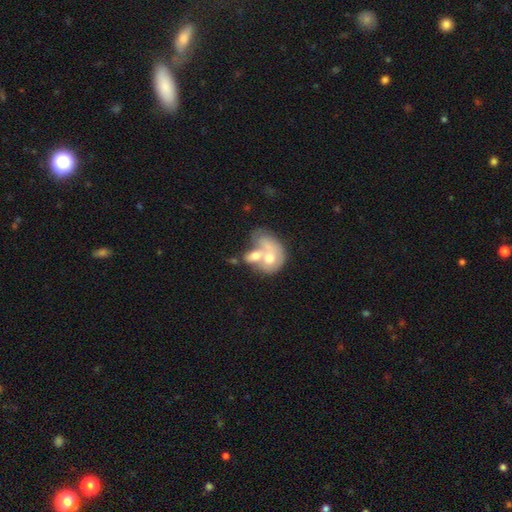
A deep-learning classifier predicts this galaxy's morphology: smooth-or-featured: smooth: 52% | featured or disk: 41% | star or artifact: 7%
  how-rounded: in between: 65% | round: 34% | cigar-shaped: 2%
  merging: merger: 74% | major disturbance: 10% | none: 10% | minor disturbance: 6%